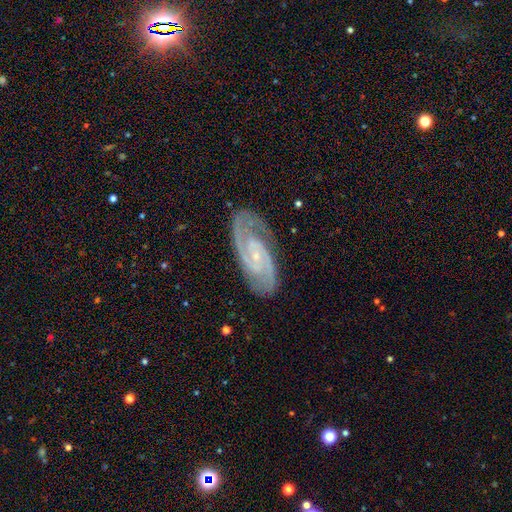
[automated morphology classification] Overall: featured or disk (91%). Edge-on disk: no (96%). Bar: no (53%; weak 35%). Spiral arms: yes (98%). Spiral arm count: 2 (83%). Spiral winding: tight (52%; medium 42%). Bulge size: small (82%). Merging: none (81%).